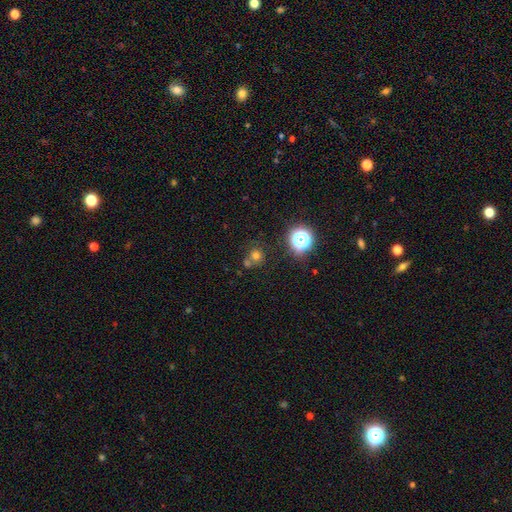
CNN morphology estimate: smooth_or_featured: smooth (p=0.65) [alt: star or artifact p=0.25]
how_rounded: round (p=0.88) [alt: in between p=0.11]
merging: none (p=0.62) [alt: merger p=0.24]